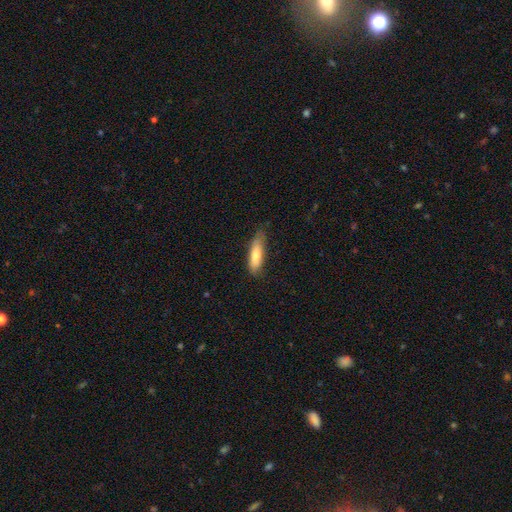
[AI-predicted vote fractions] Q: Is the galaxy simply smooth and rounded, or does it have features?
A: smooth — 77%.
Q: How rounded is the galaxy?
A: cigar-shaped — 65%.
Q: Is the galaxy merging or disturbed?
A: none — 72%.